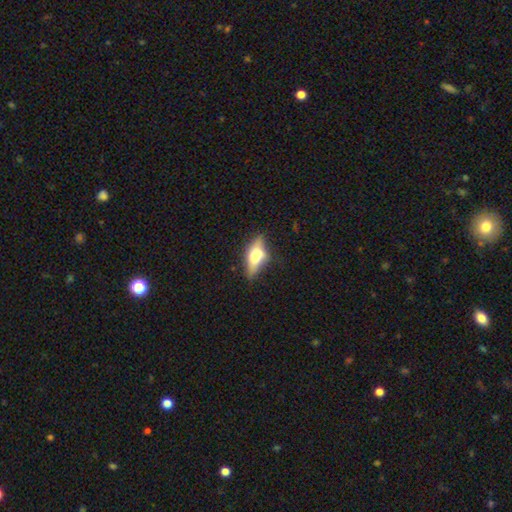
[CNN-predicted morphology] Smooth or featured: smooth — 51% (featured or disk — 40%)
How rounded: in between — 74% (cigar-shaped — 21%)
Merging: none — 57% (minor disturbance — 26%)